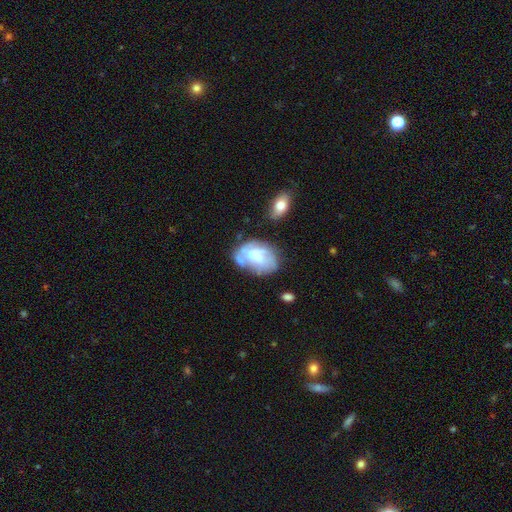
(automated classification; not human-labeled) A featured or disk galaxy (59%) with no bar (55%), spiral arms (53%) and a small central bulge (38%).

Vote fractions:
- Smooth or featured? featured or disk: 59% / smooth: 34% / star or artifact: 8%
- Edge-on disk? no: 97% / yes: 3%
- Bar? no: 55% / weak: 36% / strong: 10%
- Spiral arms? yes: 53% / no: 47%
- Bulge size? small: 38% / moderate: 36% / none: 16% / large: 9% / dominant: 2%
- Merging? none: 47% / minor disturbance: 27% / major disturbance: 16% / merger: 10%